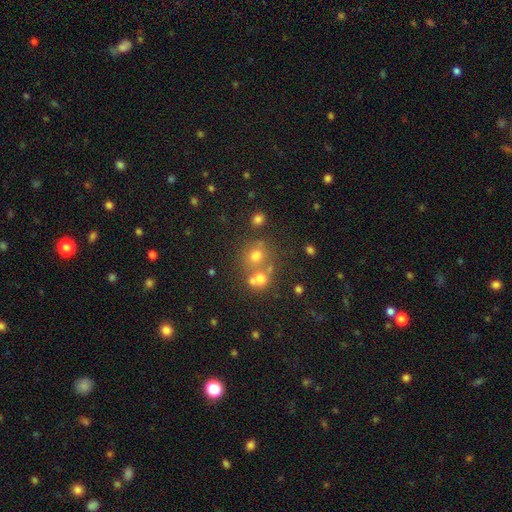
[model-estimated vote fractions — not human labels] This is likely a smooth galaxy (64%). How rounded: likely round (78%). Merging: possibly none (52%).